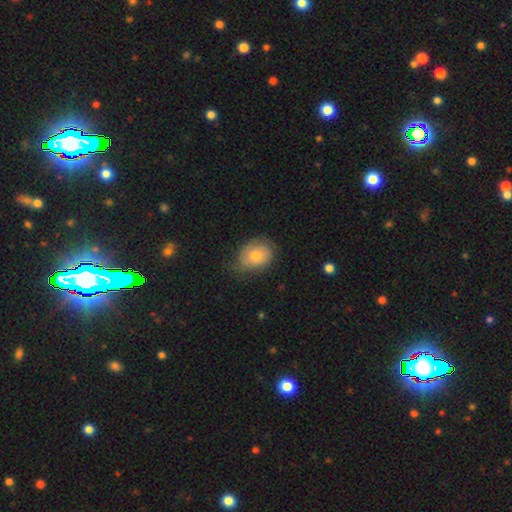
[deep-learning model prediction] smooth 60%, featured or disk 33%, star or artifact 7%. Down the decision tree: how rounded — in between (57%); merging — none (54%).